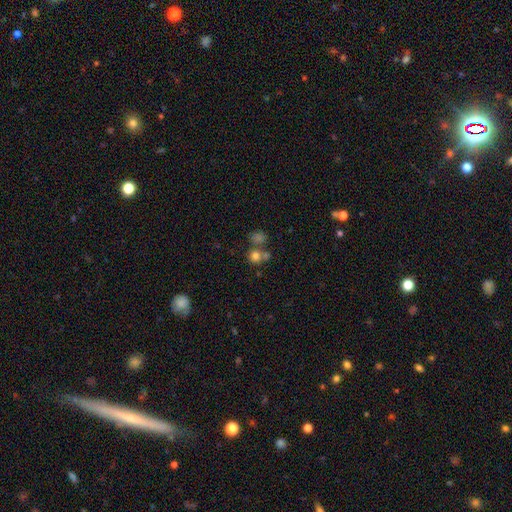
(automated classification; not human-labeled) smooth-or-featured: smooth: 76% | star or artifact: 15% | featured or disk: 9%
  how-rounded: round: 87% | in between: 12% | cigar-shaped: 1%
  merging: none: 54% | merger: 33% | minor disturbance: 8% | major disturbance: 4%